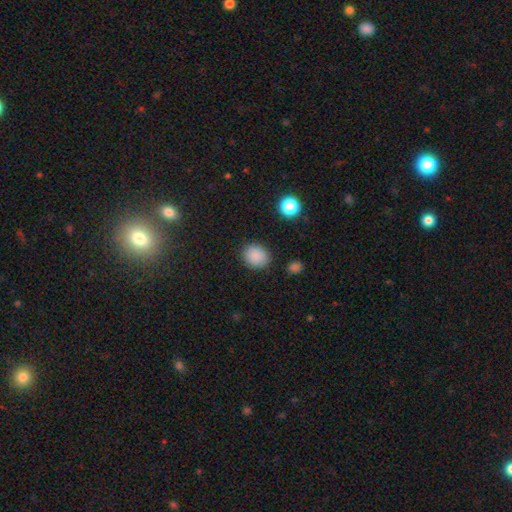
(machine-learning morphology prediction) A smooth galaxy with no disk features (87%) that is round (69%).

Vote fractions:
- Smooth or featured? smooth: 87% / star or artifact: 9% / featured or disk: 4%
- How rounded? round: 69% / in between: 30% / cigar-shaped: 1%
- Merging? none: 87% / minor disturbance: 9% / major disturbance: 3% / merger: 2%